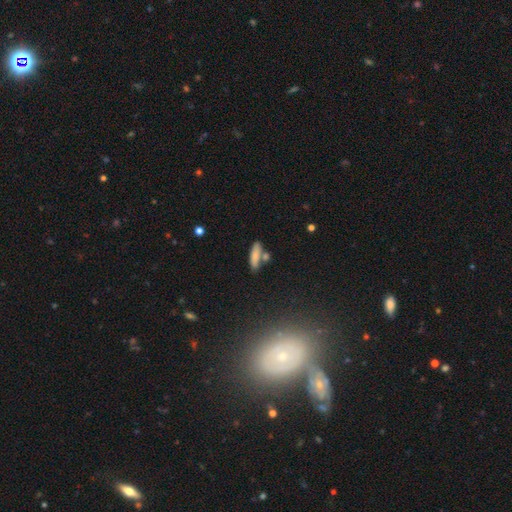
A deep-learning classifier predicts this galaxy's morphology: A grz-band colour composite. It shows a smooth galaxy with no disk features (81%) that is cigar-shaped (58%). Merging: none (61%).